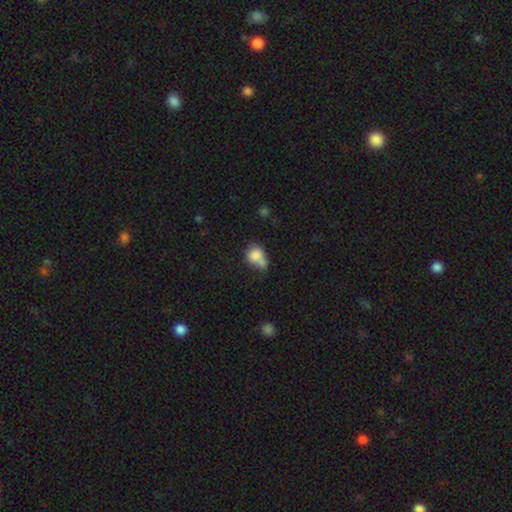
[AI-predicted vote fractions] Morphology: type=smooth (78%); roundness=round (54%); merging=merger (43%).